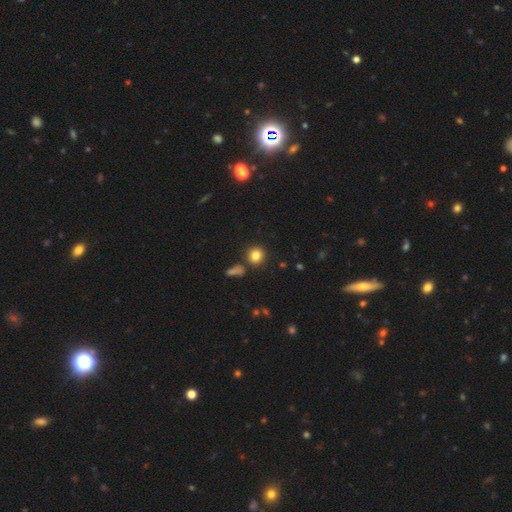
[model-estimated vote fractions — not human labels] A smooth galaxy with no disk features (81%) that is round (89%).

Vote fractions:
- Smooth or featured? smooth: 81% / star or artifact: 12% / featured or disk: 6%
- How rounded? round: 89% / in between: 10% / cigar-shaped: 1%
- Merging? none: 83% / minor disturbance: 8% / merger: 6% / major disturbance: 3%